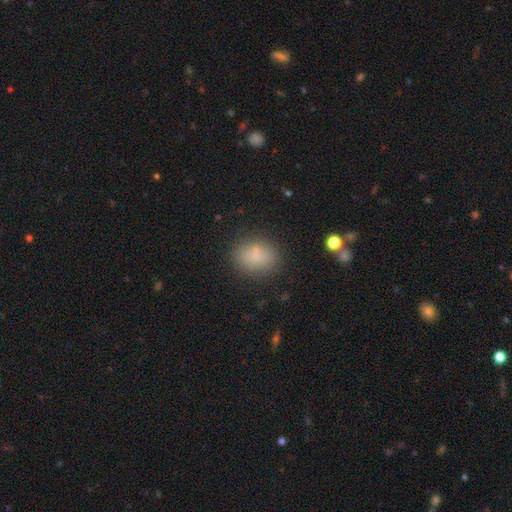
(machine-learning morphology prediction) A smooth galaxy with no disk features (80%) that is in between round and cigar-shaped (53%).

Vote fractions:
- Smooth or featured? smooth: 80% / star or artifact: 11% / featured or disk: 9%
- How rounded? in between: 53% / round: 45% / cigar-shaped: 2%
- Merging? none: 77% / minor disturbance: 13% / merger: 5% / major disturbance: 5%